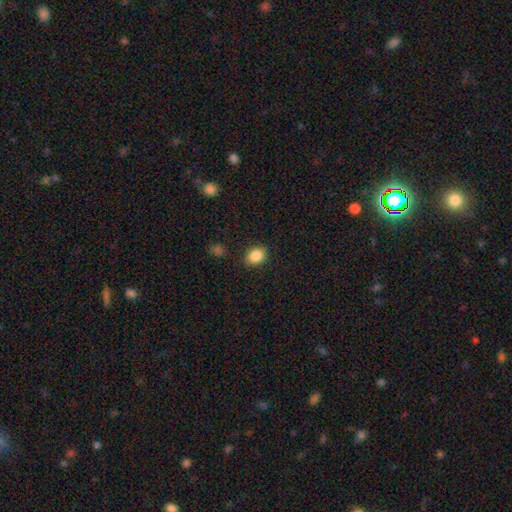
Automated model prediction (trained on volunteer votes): smooth-or-featured: smooth: 86% | star or artifact: 9% | featured or disk: 5%
  how-rounded: in between: 50% | round: 49% | cigar-shaped: 1%
  merging: none: 85% | minor disturbance: 11% | major disturbance: 3% | merger: 2%